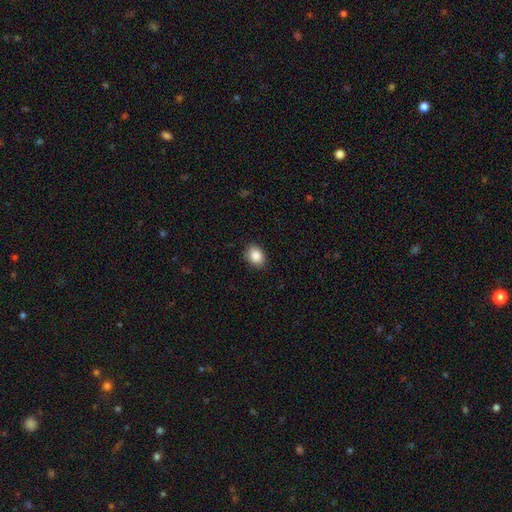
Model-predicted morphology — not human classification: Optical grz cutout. It shows a smooth galaxy with no disk features (87%) that is in between round and cigar-shaped (69%). Merging: none (88%).